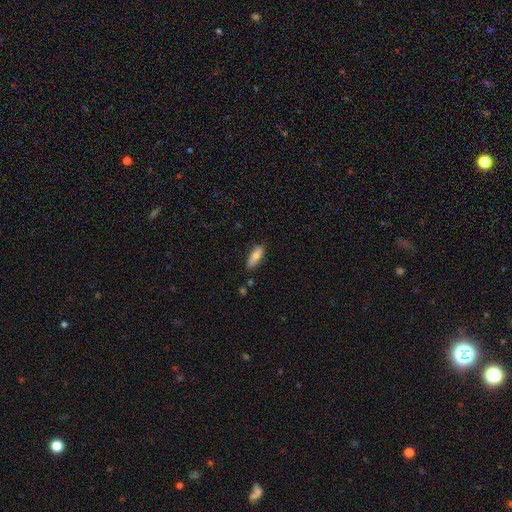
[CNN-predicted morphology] A smooth galaxy with no disk features (72%) that is in between round and cigar-shaped (67%).

Vote fractions:
- Smooth or featured? smooth: 72% / featured or disk: 21% / star or artifact: 6%
- How rounded? in between: 67% / cigar-shaped: 30% / round: 3%
- Merging? none: 82% / minor disturbance: 14% / major disturbance: 2% / merger: 2%